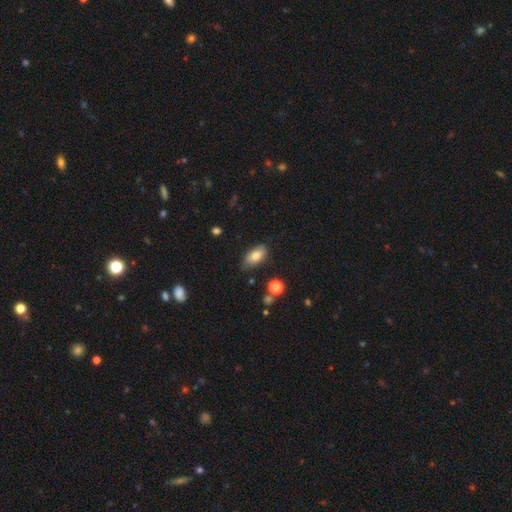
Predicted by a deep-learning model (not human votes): Q: Smooth or featured?
A: smooth (80%); runner-up: featured or disk (13%)
Q: How rounded?
A: in between (90%); runner-up: cigar-shaped (6%)
Q: Merging?
A: none (75%); runner-up: minor disturbance (19%)